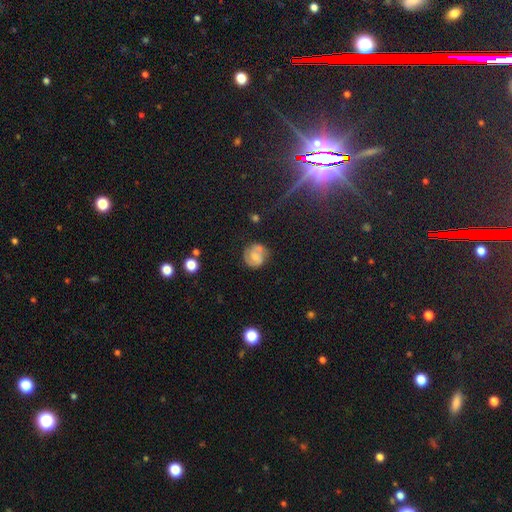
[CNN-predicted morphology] A featured or disk galaxy (47%). Merging: none (58%).